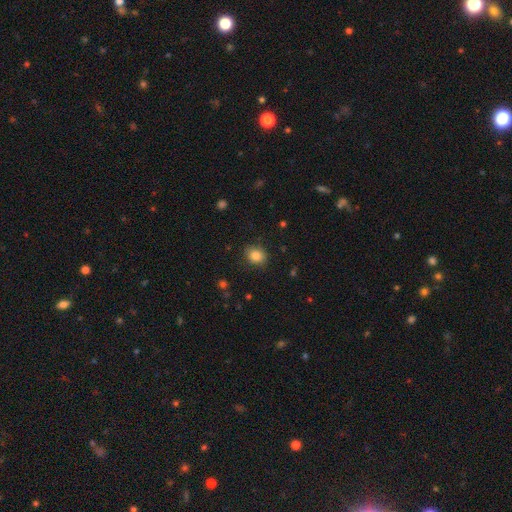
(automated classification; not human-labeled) smooth_or_featured: smooth (p=0.85) [alt: star or artifact p=0.10]
how_rounded: round (p=0.59) [alt: in between p=0.40]
merging: none (p=0.84) [alt: minor disturbance p=0.12]